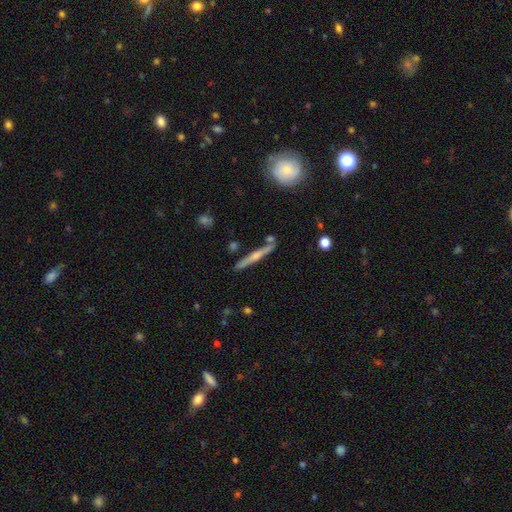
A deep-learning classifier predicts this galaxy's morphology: A featured or disk galaxy (61%) viewed edge-on (96%) with a rounded central bulge (71%).

Vote fractions:
- Smooth or featured? featured or disk: 61% / smooth: 33% / star or artifact: 7%
- Edge-on disk? yes: 96% / no: 4%
- Edge-on bulge? rounded: 71% / none: 20% / boxy: 9%
- Merging? none: 81% / minor disturbance: 10% / merger: 6% / major disturbance: 2%